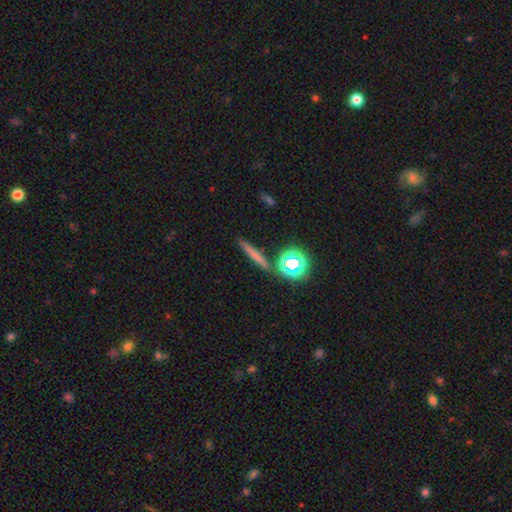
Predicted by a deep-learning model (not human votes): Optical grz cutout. It shows a smooth galaxy with no disk features (61%) that is cigar-shaped (86%). Merging: none (87%).